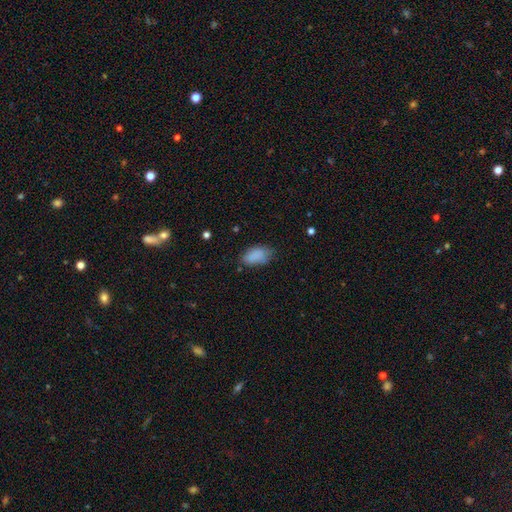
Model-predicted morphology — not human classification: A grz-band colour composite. It shows a smooth galaxy with no disk features (86%) that is in between round and cigar-shaped (93%). Merging: none (63%).